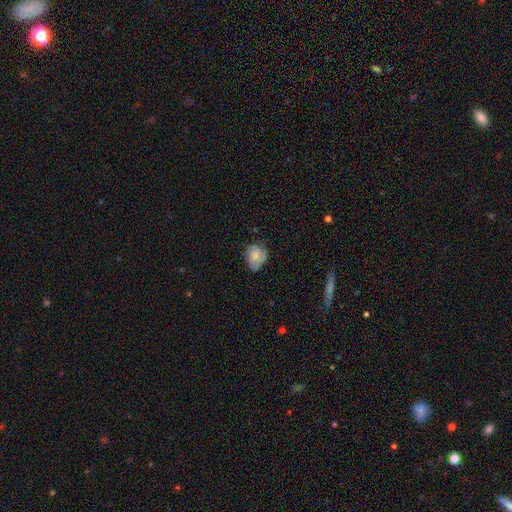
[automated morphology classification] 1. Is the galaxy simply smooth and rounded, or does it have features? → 64% smooth, 28% featured or disk, 8% star or artifact.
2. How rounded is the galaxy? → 53% in between, 46% round, 1% cigar-shaped.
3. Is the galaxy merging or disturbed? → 53% none, 33% minor disturbance, 12% major disturbance, 2% merger.